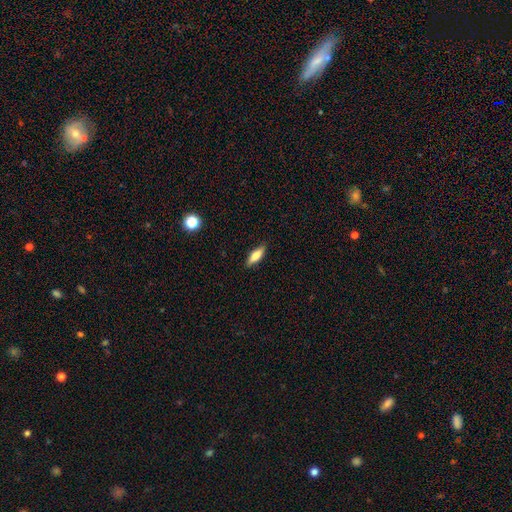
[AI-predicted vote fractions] This is likely a smooth galaxy (66%). How rounded: possibly in between (53%). Merging: clearly none (87%).